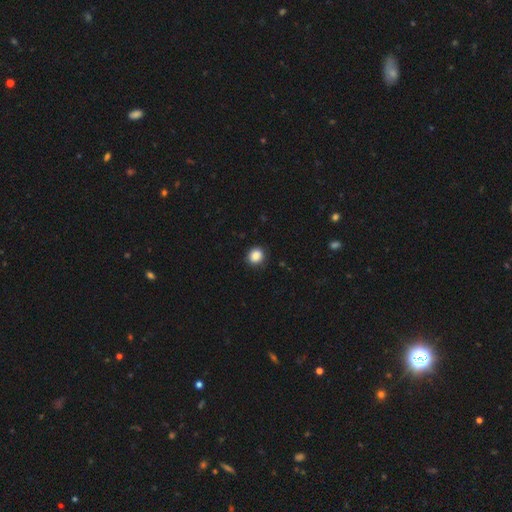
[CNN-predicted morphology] The model was most divided on "how rounded": round: 76%, in between: 24%, cigar-shaped: 1%. More confident: merging — none (88%); smooth or featured — smooth (87%).